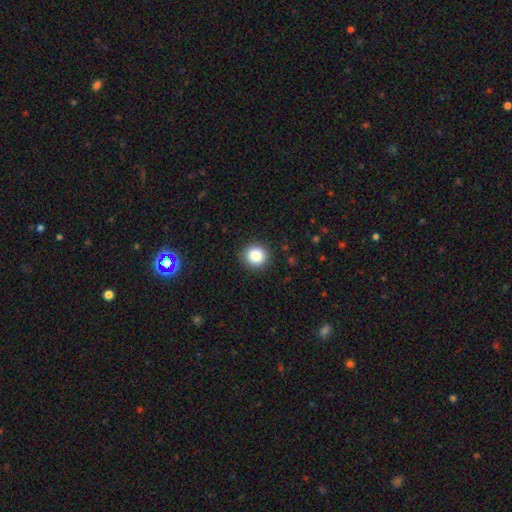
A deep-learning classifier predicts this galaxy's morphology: This appears to be a smooth galaxy with no disk features (85%) that is round (93%). Merging: none (91%).